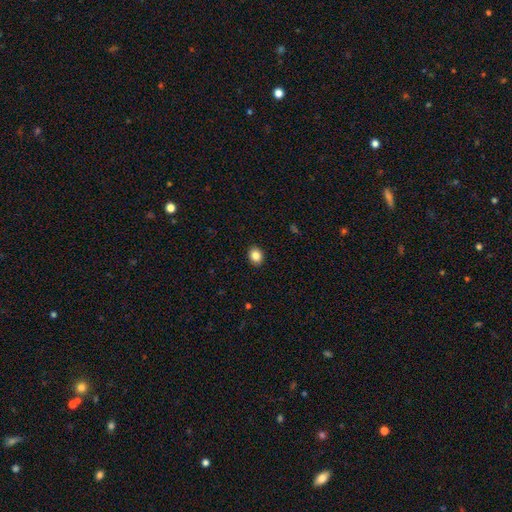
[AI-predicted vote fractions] smooth-or-featured: smooth: 86% | star or artifact: 9% | featured or disk: 5%
  how-rounded: round: 51% | in between: 48% | cigar-shaped: 1%
  merging: none: 91% | minor disturbance: 6% | major disturbance: 2% | merger: 1%